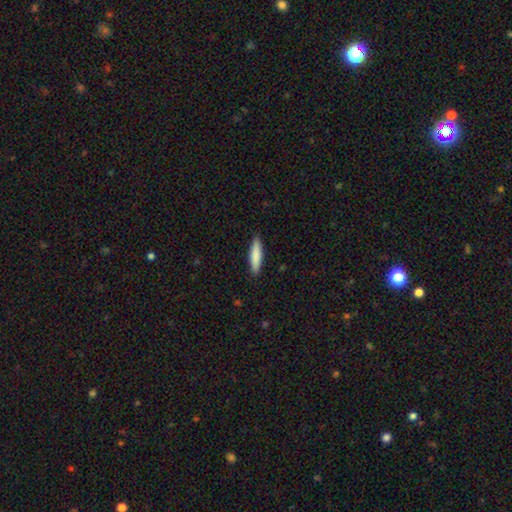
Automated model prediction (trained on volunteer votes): Smooth or featured? smooth (82%)
How rounded? cigar-shaped (83%)
Merging? none (89%)